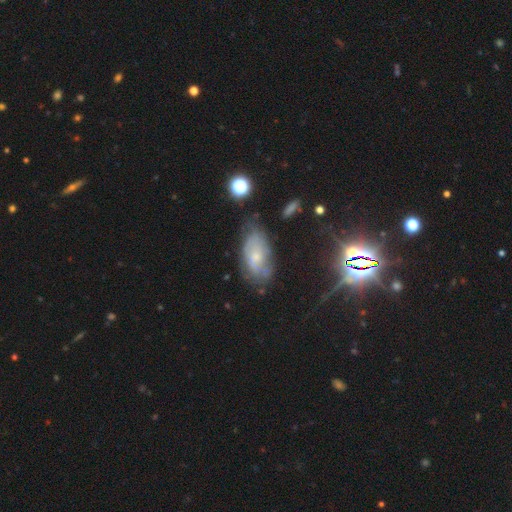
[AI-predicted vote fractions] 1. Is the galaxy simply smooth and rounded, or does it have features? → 57% featured or disk, 31% smooth, 12% star or artifact.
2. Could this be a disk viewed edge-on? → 92% no, 8% yes.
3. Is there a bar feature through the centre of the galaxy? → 75% no, 22% weak, 3% strong.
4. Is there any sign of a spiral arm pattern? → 73% yes, 27% no.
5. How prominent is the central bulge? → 68% small, 24% moderate, 5% none, 2% large, 1% dominant.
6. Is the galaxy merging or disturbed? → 57% none, 27% minor disturbance, 12% major disturbance, 4% merger.